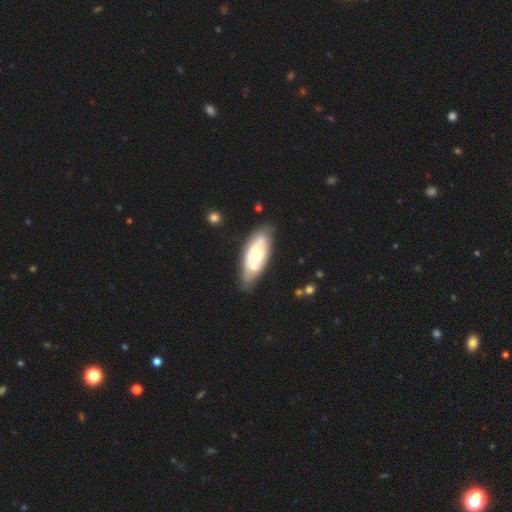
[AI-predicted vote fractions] Smooth or featured?
  - featured or disk: 64% *
  - smooth: 30%
  - star or artifact: 6%
Edge-on disk?
  - no: 86% *
  - yes: 14%
Bar?
  - no: 72% *
  - weak: 22%
  - strong: 6%
Spiral arms?
  - yes: 74% *
  - no: 26%
Bulge size?
  - moderate: 42% *
  - small: 27%
  - large: 23%
  - none: 7%
  - dominant: 3%
Merging?
  - none: 67% *
  - minor disturbance: 23%
  - major disturbance: 7%
  - merger: 3%